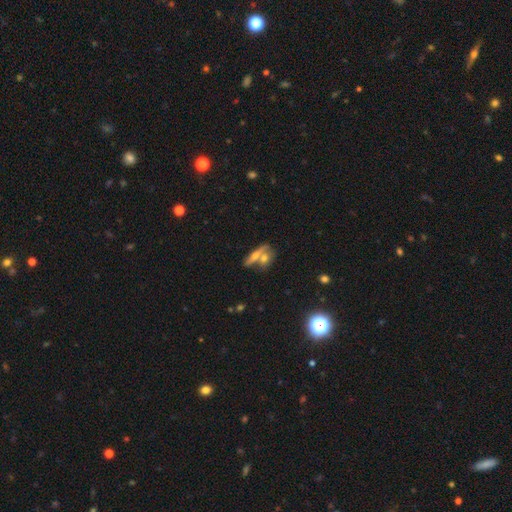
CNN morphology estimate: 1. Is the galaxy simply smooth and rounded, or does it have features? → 49% smooth, 42% featured or disk, 10% star or artifact.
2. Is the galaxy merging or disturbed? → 47% merger, 40% none, 9% minor disturbance, 5% major disturbance.